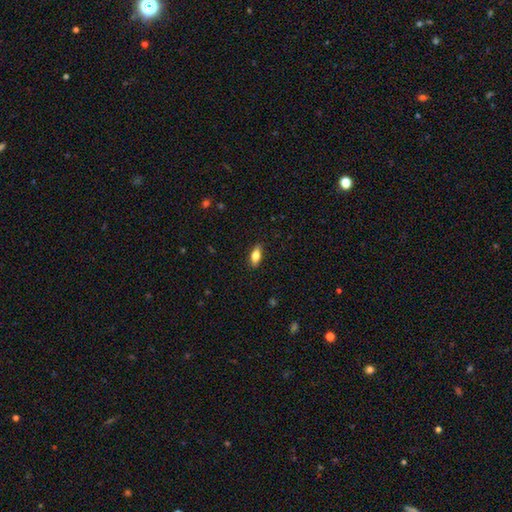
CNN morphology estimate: The model was most divided on "smooth or featured": smooth: 75%, featured or disk: 17%, star or artifact: 7%. More confident: merging — none (87%); how rounded — in between (82%).